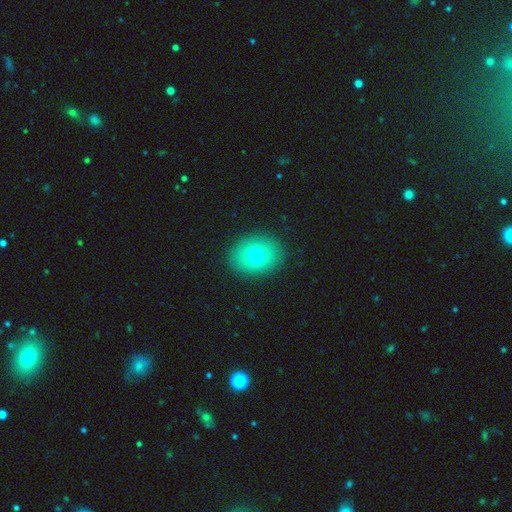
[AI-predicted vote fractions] smooth_or_featured: smooth (p=0.72) [alt: featured or disk p=0.17]
how_rounded: round (p=0.54) [alt: in between p=0.45]
merging: none (p=0.89) [alt: minor disturbance p=0.08]